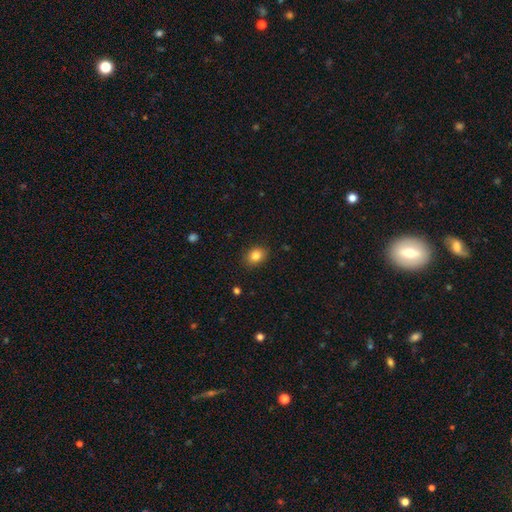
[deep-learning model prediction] The model was most divided on "how rounded": in between: 53%, round: 46%, cigar-shaped: 1%. More confident: merging — none (88%); smooth or featured — smooth (84%).